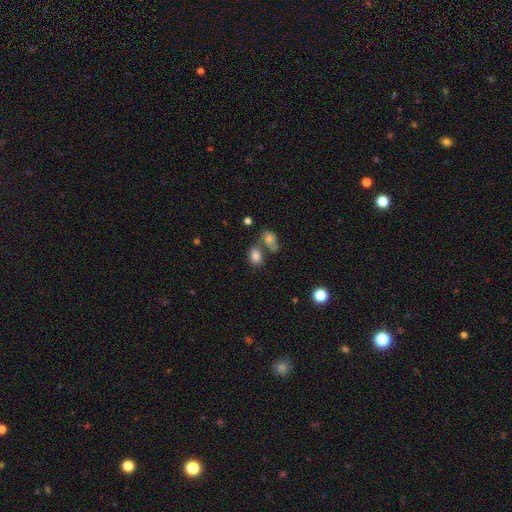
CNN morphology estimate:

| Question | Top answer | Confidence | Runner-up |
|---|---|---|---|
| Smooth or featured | smooth | 80% | star or artifact (10%) |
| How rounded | in between | 70% | round (28%) |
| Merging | none | 41% | merger (39%) |